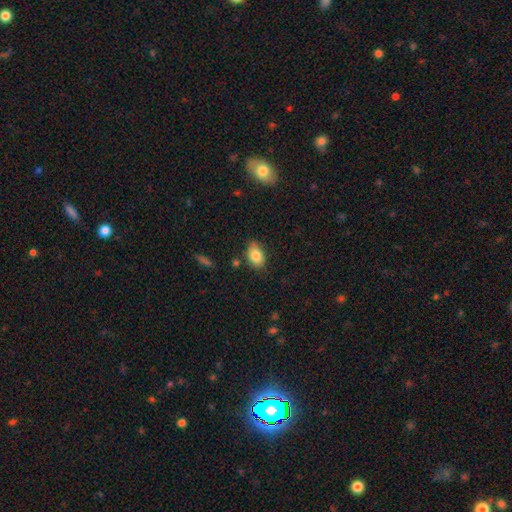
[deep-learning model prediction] Smooth or featured: smooth — 83% (featured or disk — 9%)
How rounded: in between — 86% (round — 12%)
Merging: none — 73% (minor disturbance — 20%)